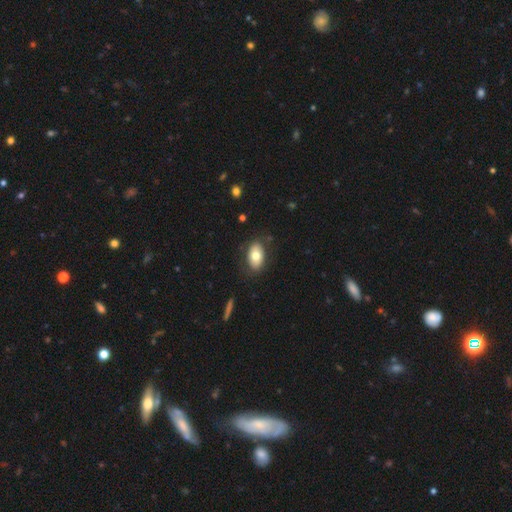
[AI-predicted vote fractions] Smooth or featured?
  - smooth: 75% *
  - featured or disk: 19%
  - star or artifact: 7%
How rounded?
  - in between: 91% *
  - round: 7%
  - cigar-shaped: 2%
Merging?
  - none: 82% *
  - minor disturbance: 13%
  - major disturbance: 3%
  - merger: 1%